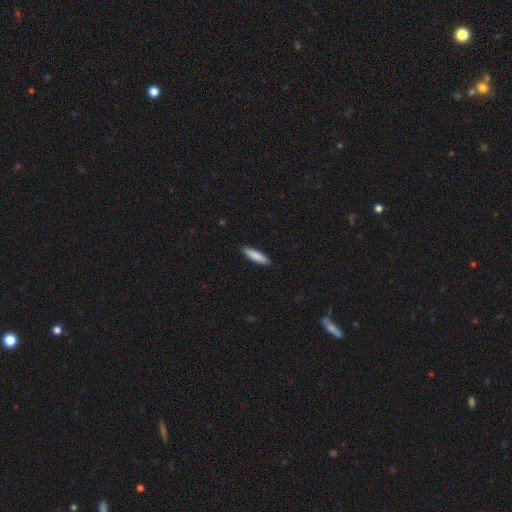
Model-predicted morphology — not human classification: Smooth or featured?
  - smooth: 86% *
  - featured or disk: 8%
  - star or artifact: 5%
How rounded?
  - cigar-shaped: 71% *
  - in between: 28%
  - round: 1%
Merging?
  - none: 90% *
  - minor disturbance: 7%
  - major disturbance: 1%
  - merger: 1%